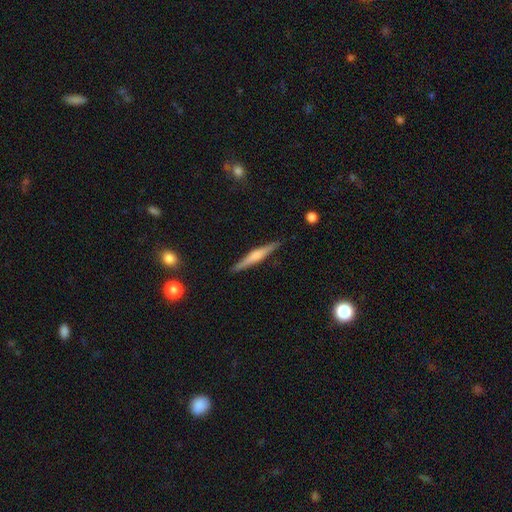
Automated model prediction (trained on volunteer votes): Q: Smooth or featured?
A: featured or disk (59%); runner-up: smooth (35%)
Q: Edge-on disk?
A: yes (98%); runner-up: no (2%)
Q: Edge-on bulge?
A: rounded (64%); runner-up: boxy (20%)
Q: Merging?
A: none (90%); runner-up: minor disturbance (7%)